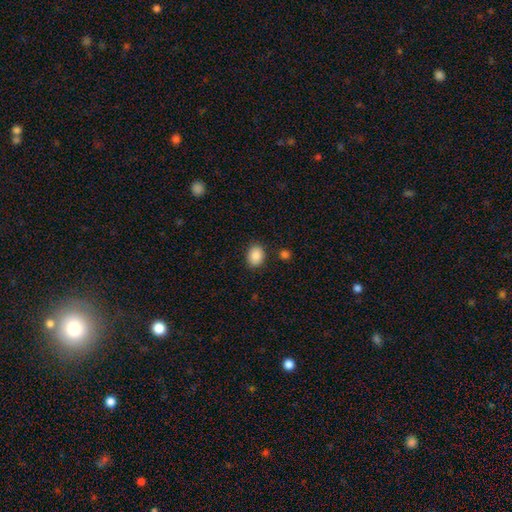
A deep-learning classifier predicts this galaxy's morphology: Smooth or featured? Predicted: smooth (p=0.88). How rounded? Predicted: in between (p=0.61). Merging? Predicted: none (p=0.85).